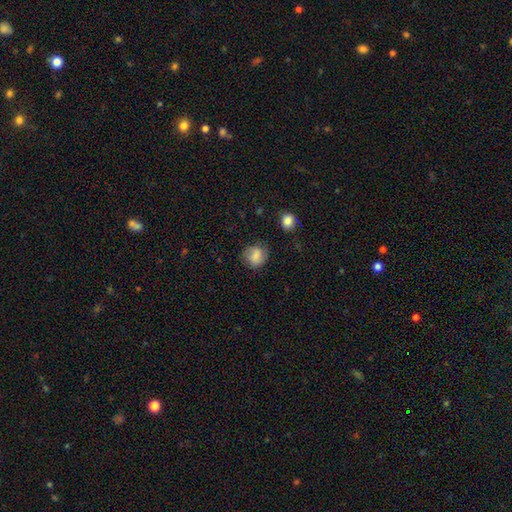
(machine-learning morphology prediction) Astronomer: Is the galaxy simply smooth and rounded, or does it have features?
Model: smooth — 78%.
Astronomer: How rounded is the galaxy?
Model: round — 76%.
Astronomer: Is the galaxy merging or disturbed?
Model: none — 71%.